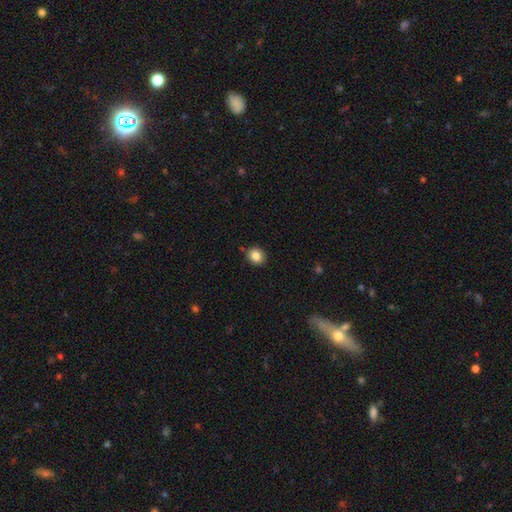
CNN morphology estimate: Q: Smooth or featured?
A: smooth (84%); runner-up: star or artifact (10%)
Q: How rounded?
A: round (73%); runner-up: in between (26%)
Q: Merging?
A: none (87%); runner-up: minor disturbance (9%)